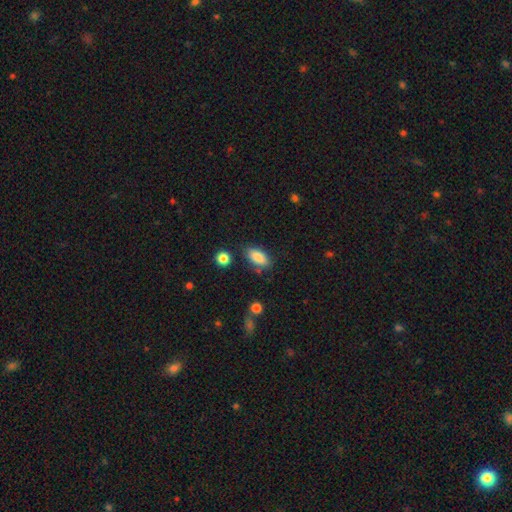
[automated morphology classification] smooth 85%, star or artifact 8%, featured or disk 7%. Down the decision tree: how rounded — in between (86%); merging — none (77%).